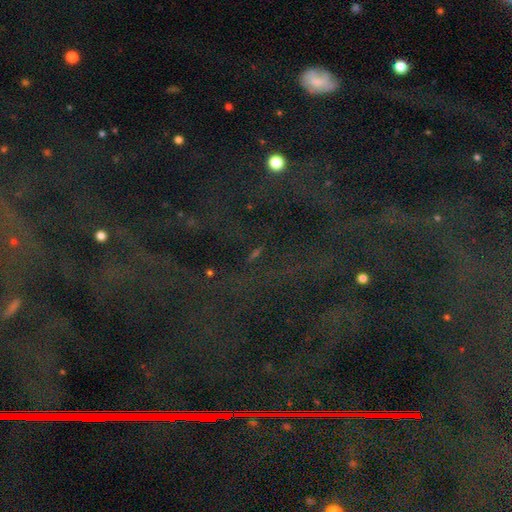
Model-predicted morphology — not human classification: Smooth or featured? star or artifact (78%)